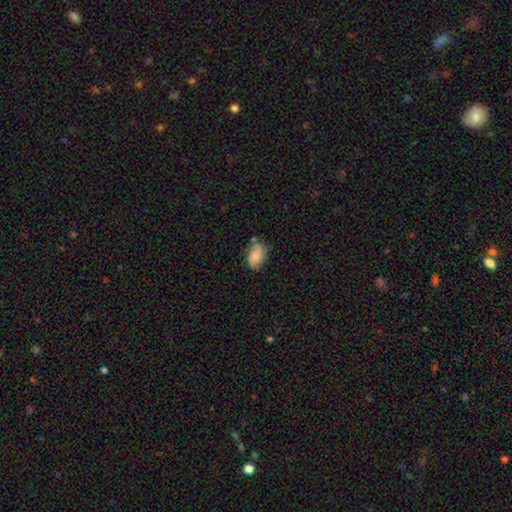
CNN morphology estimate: A smooth galaxy with no disk features (52%) that is in between round and cigar-shaped (85%).

Vote fractions:
- Smooth or featured? smooth: 52% / featured or disk: 39% / star or artifact: 8%
- How rounded? in between: 85% / round: 13% / cigar-shaped: 2%
- Merging? none: 64% / minor disturbance: 25% / major disturbance: 6% / merger: 5%